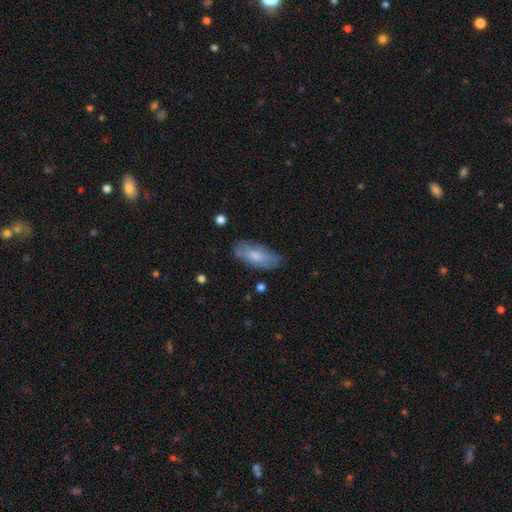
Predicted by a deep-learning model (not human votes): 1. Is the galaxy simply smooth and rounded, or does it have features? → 69% smooth, 25% featured or disk, 6% star or artifact.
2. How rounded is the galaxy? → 85% in between, 12% cigar-shaped, 2% round.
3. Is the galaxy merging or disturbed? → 77% none, 18% minor disturbance, 4% major disturbance, 2% merger.